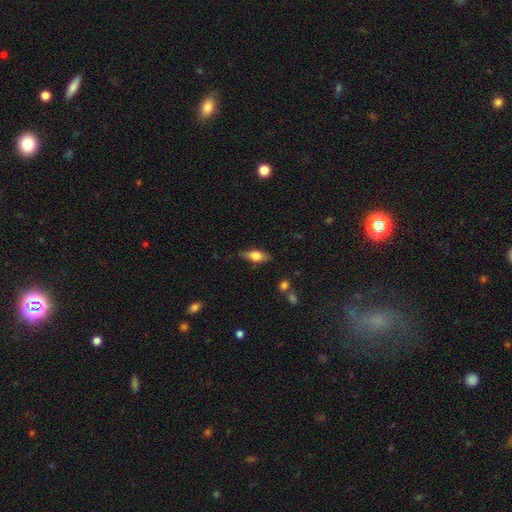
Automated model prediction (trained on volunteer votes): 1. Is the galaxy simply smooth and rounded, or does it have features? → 58% smooth, 35% featured or disk, 7% star or artifact.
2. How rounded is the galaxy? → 72% in between, 24% cigar-shaped, 4% round.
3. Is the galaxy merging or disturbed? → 80% none, 15% minor disturbance, 3% major disturbance, 2% merger.